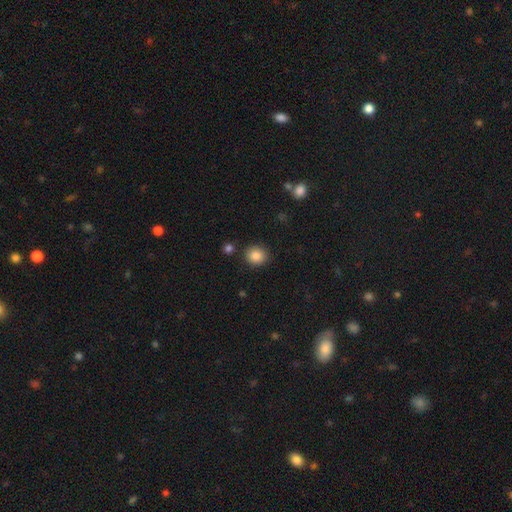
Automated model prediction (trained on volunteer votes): smooth 86%, star or artifact 9%, featured or disk 5%. Down the decision tree: how rounded — round (78%); merging — none (88%).